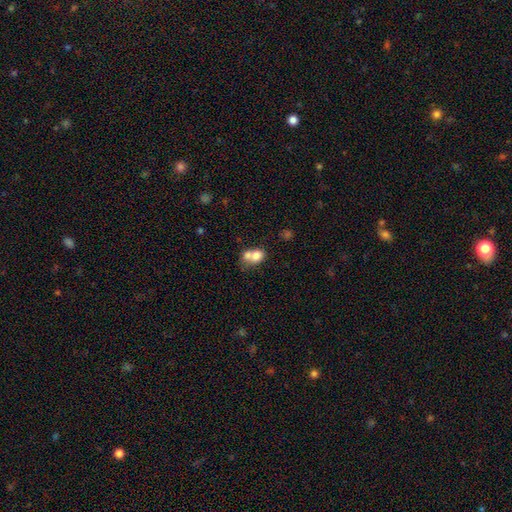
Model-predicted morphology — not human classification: Overall: smooth (73%). How rounded: in between (51%; round 47%). Merging: merger (65%).